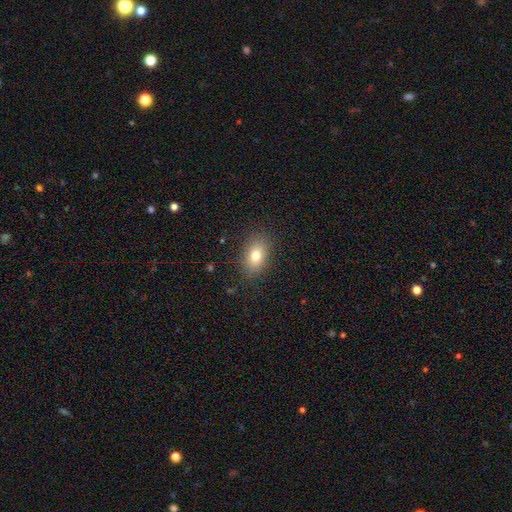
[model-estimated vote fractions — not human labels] smooth 77%, featured or disk 12%, star or artifact 11%. Down the decision tree: how rounded — in between (81%); merging — none (86%).